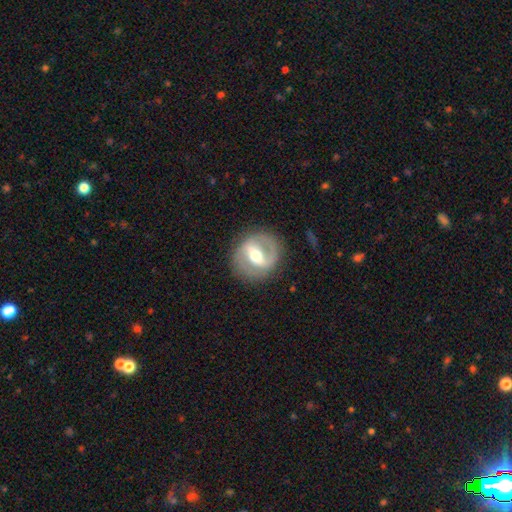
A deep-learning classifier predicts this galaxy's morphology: A featured or disk galaxy (80%) with a strong bar (50%), 2 (84%) medium (47%) spiral arms (79%) and a moderate central bulge (72%). Merging: none (83%).